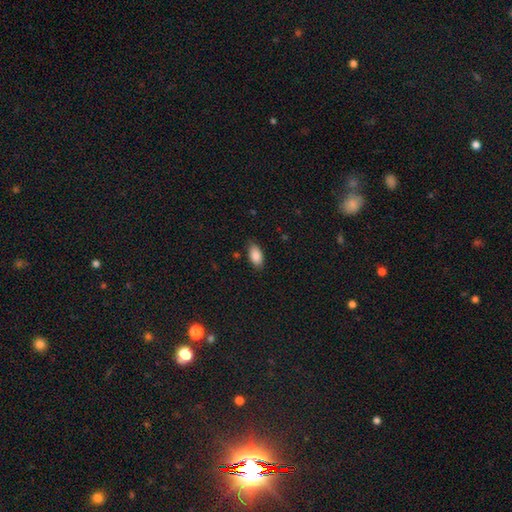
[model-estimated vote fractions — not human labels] Smooth or featured?
  - smooth: 87% *
  - star or artifact: 7%
  - featured or disk: 6%
How rounded?
  - in between: 92% *
  - cigar-shaped: 4%
  - round: 3%
Merging?
  - none: 81% *
  - minor disturbance: 15%
  - major disturbance: 3%
  - merger: 1%